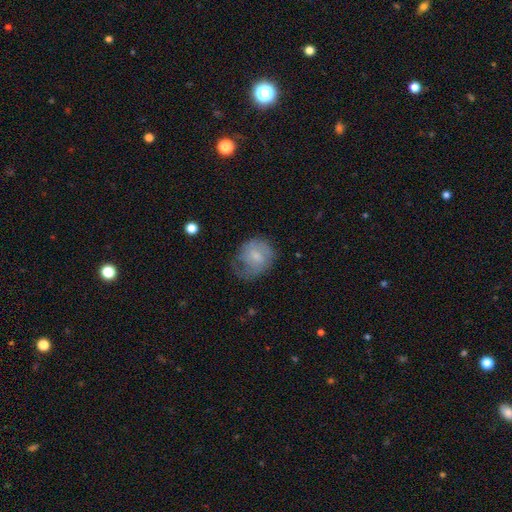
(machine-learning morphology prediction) This appears to be a smooth galaxy with no disk features (49%). Merging: none (42%).